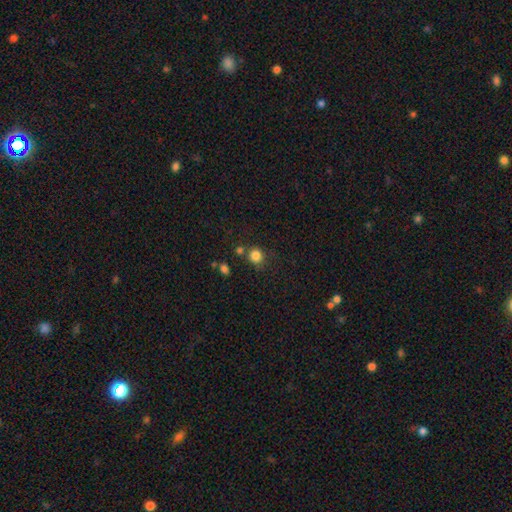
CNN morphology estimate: Smooth or featured: smooth — 83% (star or artifact — 12%)
How rounded: round — 88% (in between — 11%)
Merging: none — 72% (minor disturbance — 12%)